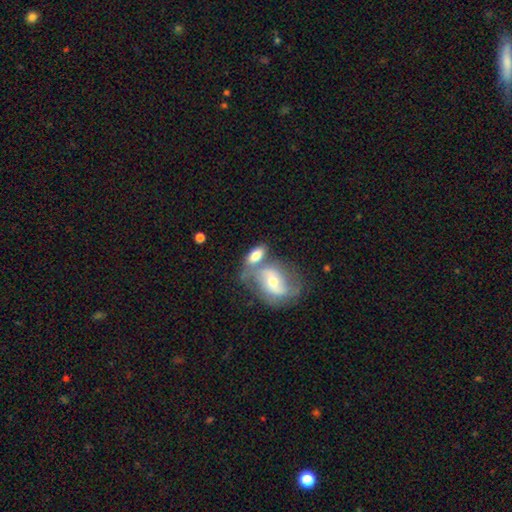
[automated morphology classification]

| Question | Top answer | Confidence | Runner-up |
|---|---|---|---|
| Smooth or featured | smooth | 61% | featured or disk (32%) |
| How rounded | in between | 86% | round (8%) |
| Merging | merger | 43% | none (37%) |